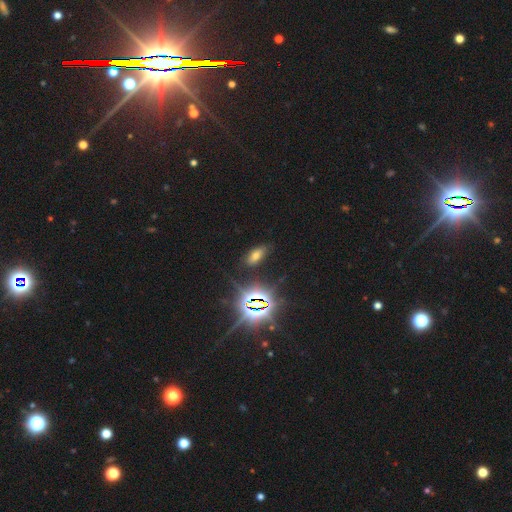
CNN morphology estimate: smooth-or-featured: smooth: 50% | star or artifact: 38% | featured or disk: 12%
  merging: none: 80% | minor disturbance: 13% | major disturbance: 4% | merger: 2%